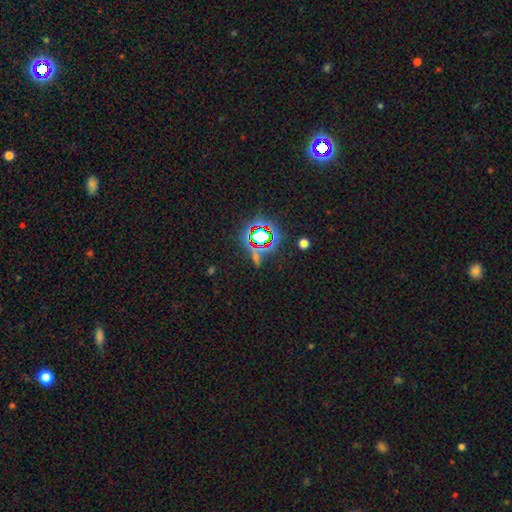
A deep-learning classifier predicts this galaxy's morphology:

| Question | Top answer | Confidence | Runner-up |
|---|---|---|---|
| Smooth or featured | star or artifact | 63% | smooth (24%) |